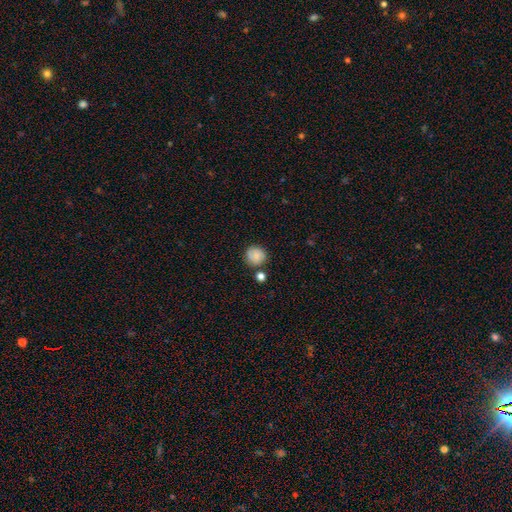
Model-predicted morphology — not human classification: This appears to be a smooth galaxy with no disk features (77%) that is round (91%). Merging: none (76%).